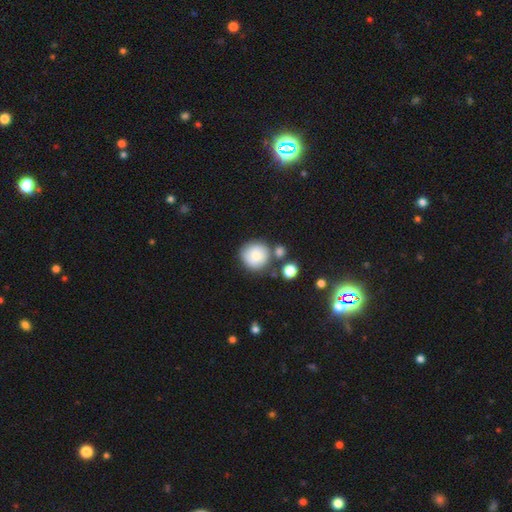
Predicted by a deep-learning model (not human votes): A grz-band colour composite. It shows a smooth galaxy with no disk features (79%) that is round (93%). Merging: none (67%).